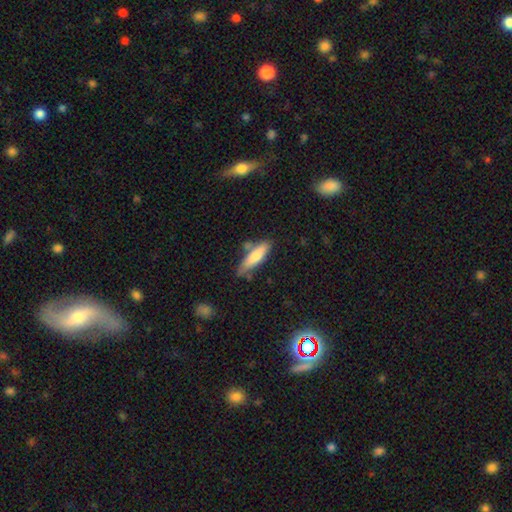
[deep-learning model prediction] This appears to be a smooth galaxy with no disk features (71%) that is cigar-shaped (68%). Merging: none (66%).